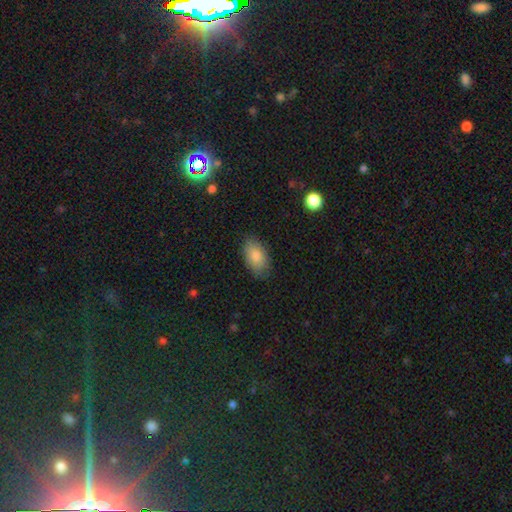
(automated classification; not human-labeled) This appears to be a smooth galaxy with no disk features (84%) that is in between round and cigar-shaped (92%). Merging: none (81%).